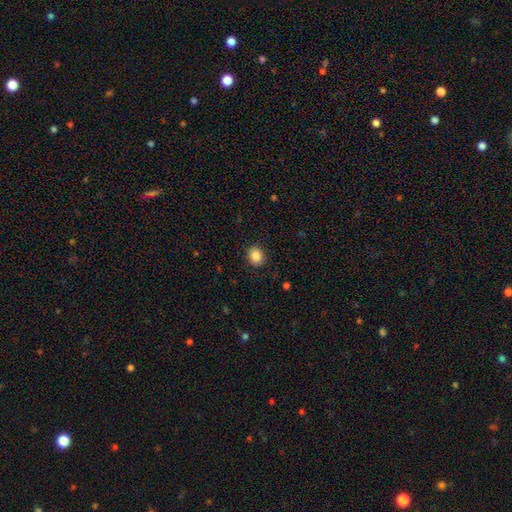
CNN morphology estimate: Smooth or featured? smooth (87%)
How rounded? round (62%)
Merging? none (90%)